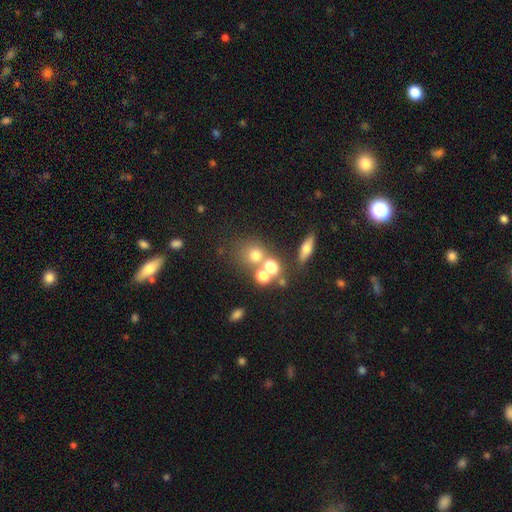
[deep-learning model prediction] A smooth galaxy with no disk features (64%) that is round (81%).

Vote fractions:
- Smooth or featured? smooth: 64% / star or artifact: 21% / featured or disk: 16%
- How rounded? round: 81% / in between: 17% / cigar-shaped: 2%
- Merging? none: 53% / merger: 32% / minor disturbance: 9% / major disturbance: 6%